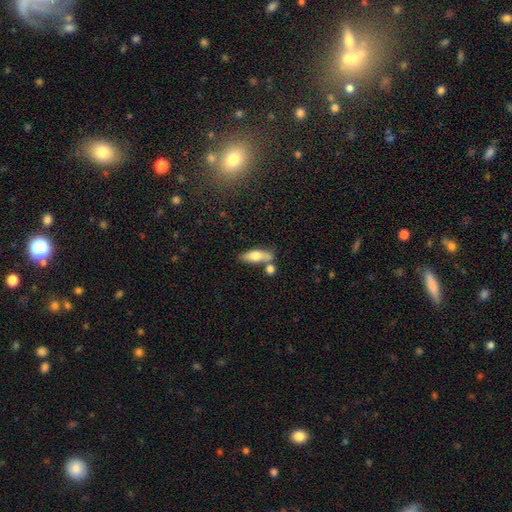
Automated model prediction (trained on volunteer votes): Smooth or featured? smooth (67%)
How rounded? in between (62%)
Merging? none (58%)